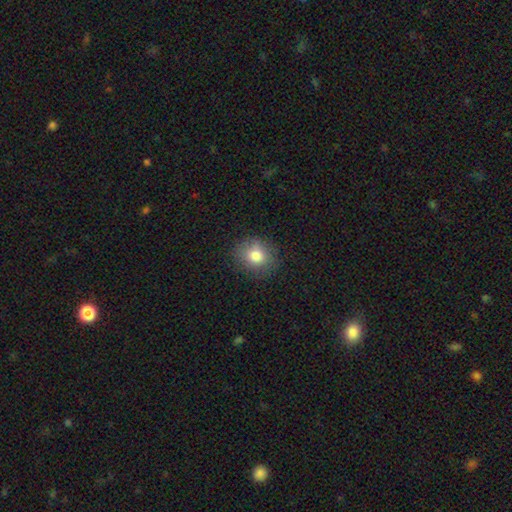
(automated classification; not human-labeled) Smooth or featured: smooth — 80% (star or artifact — 11%)
How rounded: round — 73% (in between — 26%)
Merging: none — 82% (minor disturbance — 13%)